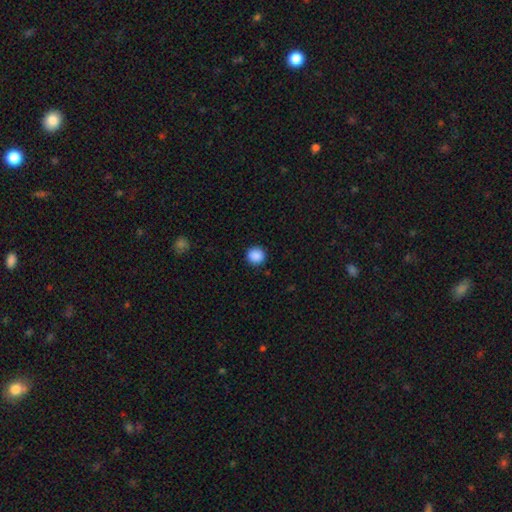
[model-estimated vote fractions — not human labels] A smooth galaxy with no disk features (89%) that is round (93%).

Vote fractions:
- Smooth or featured? smooth: 89% / star or artifact: 9% / featured or disk: 2%
- How rounded? round: 93% / in between: 6% / cigar-shaped: 1%
- Merging? none: 91% / minor disturbance: 6% / major disturbance: 2% / merger: 1%